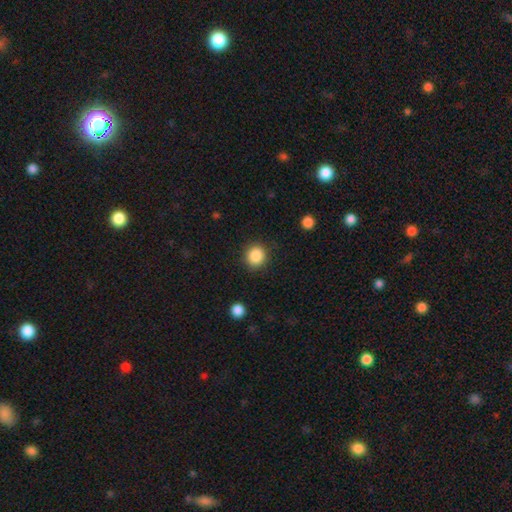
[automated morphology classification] Overall: smooth (87%). How rounded: round (87%). Merging: none (89%).